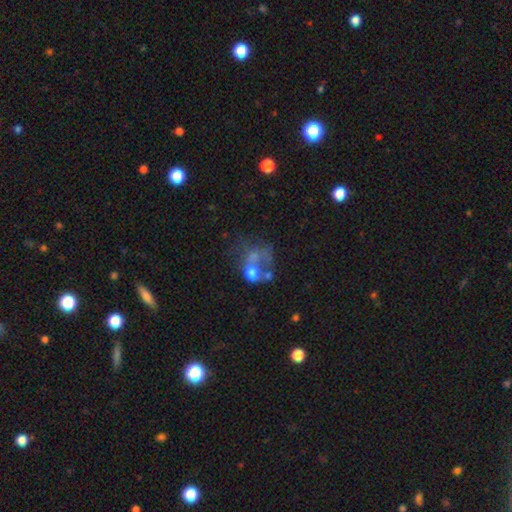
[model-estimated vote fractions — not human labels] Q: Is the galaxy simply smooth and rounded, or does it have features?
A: smooth — 44%.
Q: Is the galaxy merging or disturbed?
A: merger — 38%.